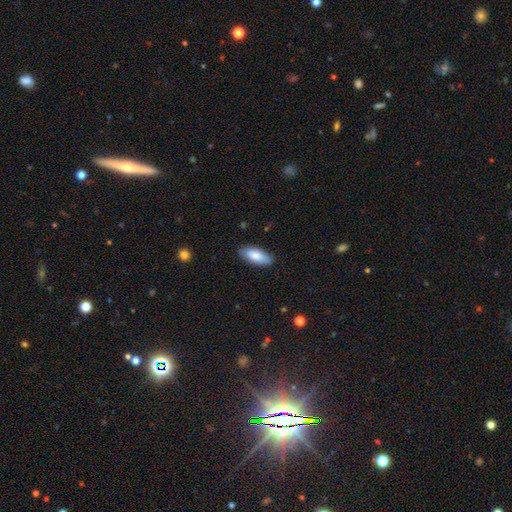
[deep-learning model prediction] Morphology: type=smooth (82%); roundness=in between (82%); merging=none (86%).